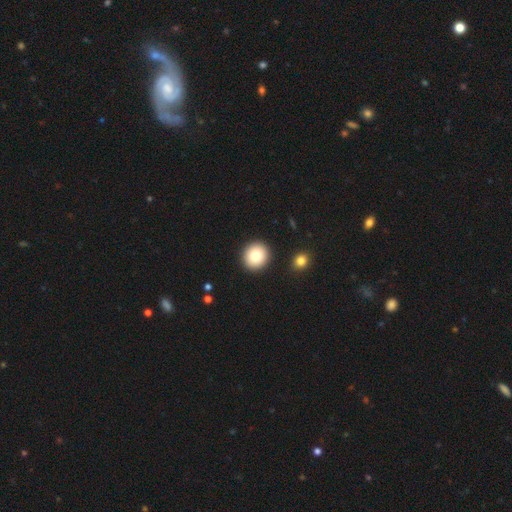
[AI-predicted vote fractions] This is clearly a smooth galaxy (81%). How rounded: clearly round (91%). Merging: clearly none (91%).